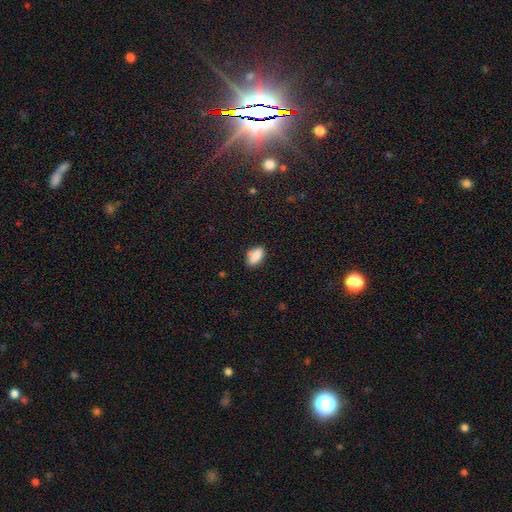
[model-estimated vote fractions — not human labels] This is clearly a smooth galaxy (86%). How rounded: clearly in between (90%). Merging: likely none (77%).